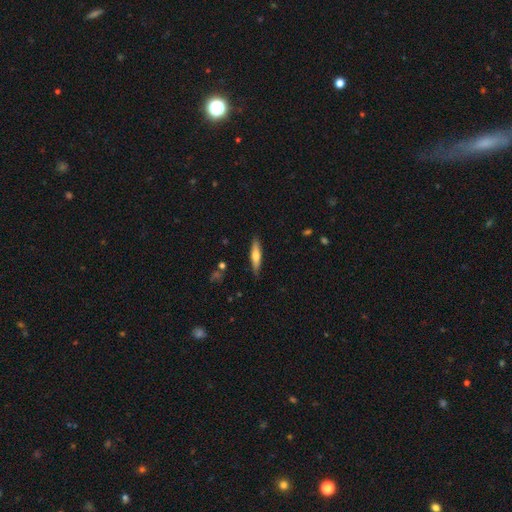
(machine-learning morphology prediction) The model was most divided on "smooth or featured": smooth: 54%, featured or disk: 40%, star or artifact: 6%. More confident: merging — none (87%); how rounded — cigar-shaped (79%).